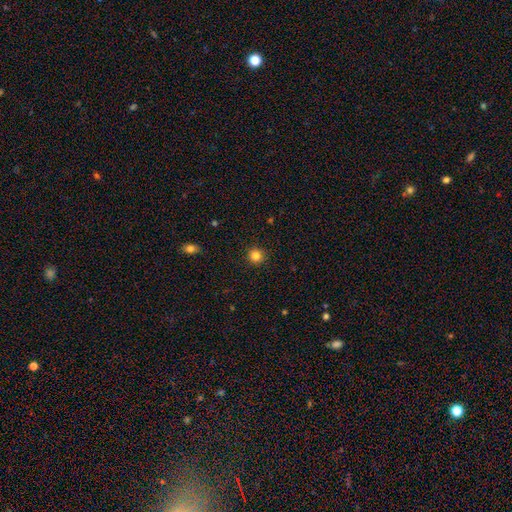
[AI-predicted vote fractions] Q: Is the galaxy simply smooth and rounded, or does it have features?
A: smooth — 83%.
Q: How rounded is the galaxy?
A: round — 94%.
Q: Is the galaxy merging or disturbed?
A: none — 92%.